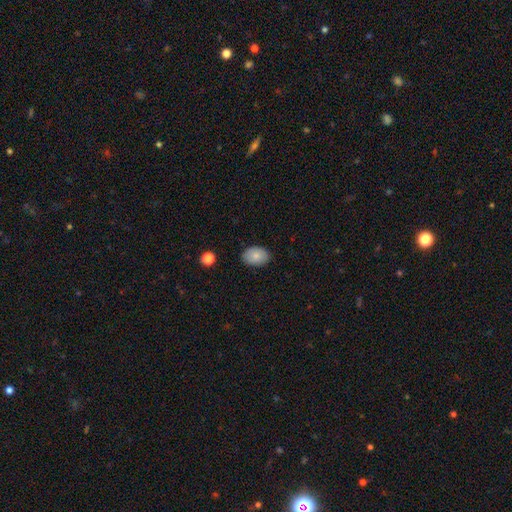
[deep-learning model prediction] Morphology: type=smooth (82%); roundness=in between (83%); merging=none (85%).